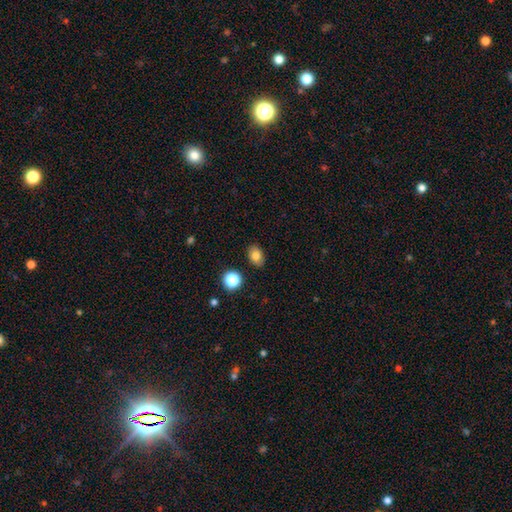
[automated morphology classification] Smooth or featured? smooth (81%)
How rounded? in between (77%)
Merging? none (87%)